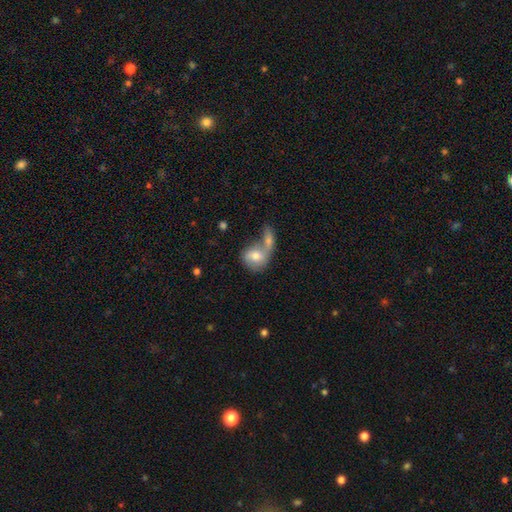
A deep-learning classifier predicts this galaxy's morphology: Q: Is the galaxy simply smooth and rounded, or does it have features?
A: smooth — 66%.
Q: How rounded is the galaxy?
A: round — 65%.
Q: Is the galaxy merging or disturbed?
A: merger — 66%.